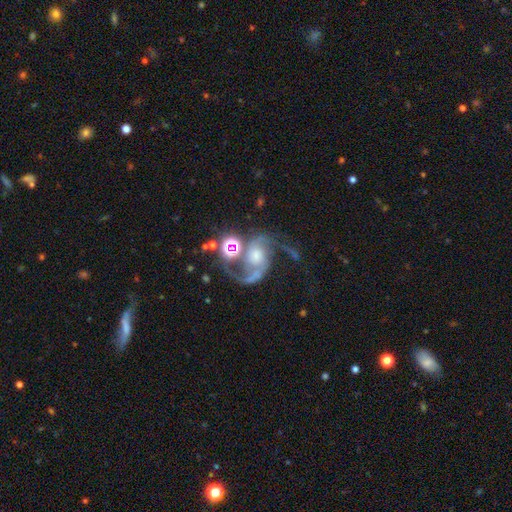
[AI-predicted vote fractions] Smooth or featured? Predicted: featured or disk (p=0.86). Edge-on disk? Predicted: no (p=0.98). Bar? Predicted: no (p=0.63). Spiral arms? Predicted: yes (p=0.96). Spiral winding? Predicted: loose (p=0.47). Spiral arm count? Predicted: 2 (p=0.88). Bulge size? Predicted: moderate (p=0.48). Merging? Predicted: none (p=0.45).